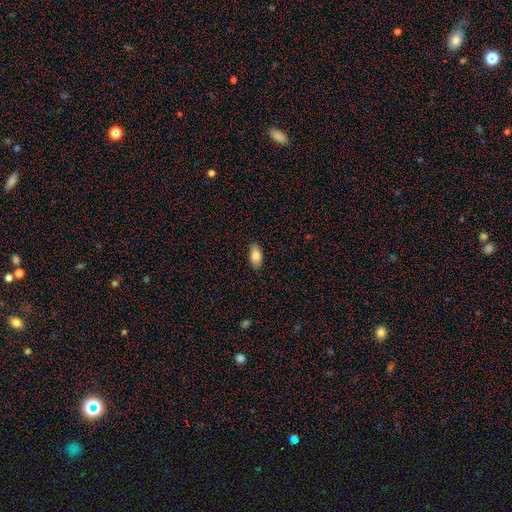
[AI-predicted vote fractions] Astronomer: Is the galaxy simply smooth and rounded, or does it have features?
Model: smooth — 85%.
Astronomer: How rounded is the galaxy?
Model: in between — 91%.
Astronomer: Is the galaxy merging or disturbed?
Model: none — 87%.